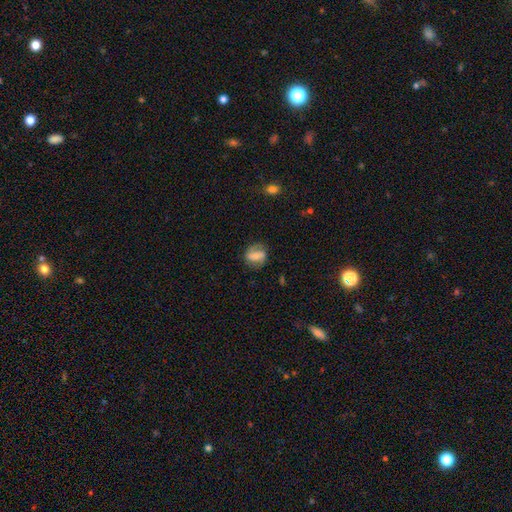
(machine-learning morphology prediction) This appears to be a featured or disk galaxy (46%). Merging: none (68%).